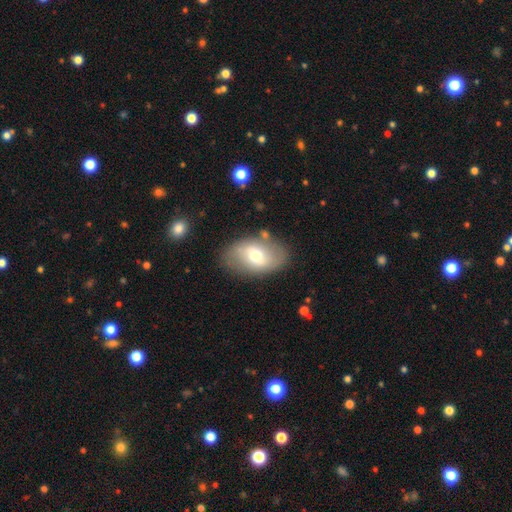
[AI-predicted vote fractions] Overall: smooth (57%; featured or disk 35%). How rounded: in between (87%). Merging: none (77%).